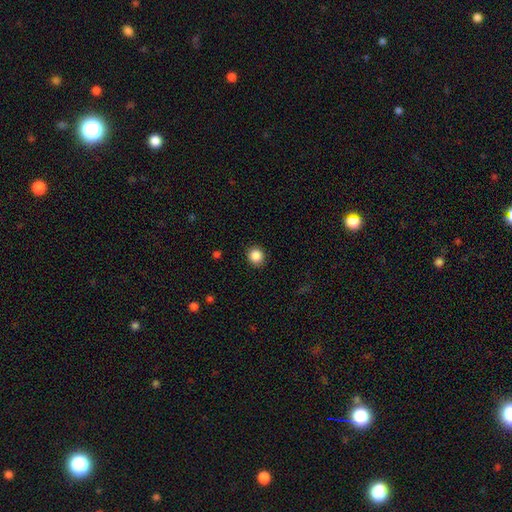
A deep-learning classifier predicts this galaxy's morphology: type=smooth (87%); roundness=round (89%); merging=none (90%).